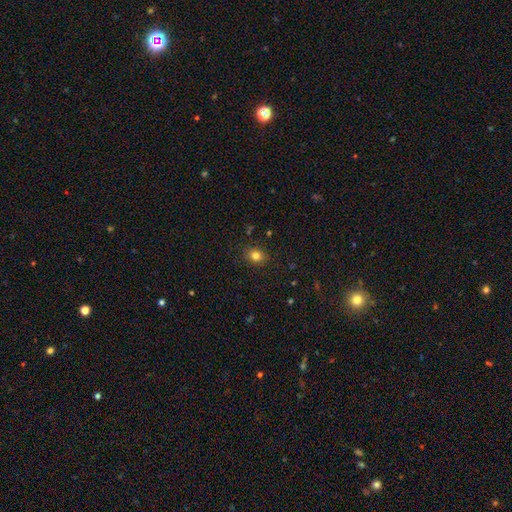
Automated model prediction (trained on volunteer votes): smooth 81%, star or artifact 12%, featured or disk 7%. Down the decision tree: how rounded — round (59%); merging — none (87%).